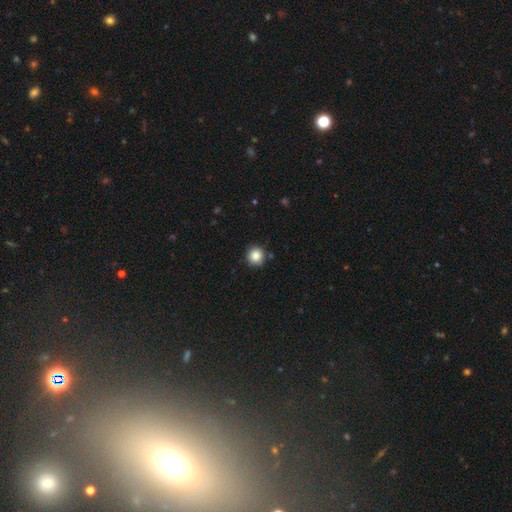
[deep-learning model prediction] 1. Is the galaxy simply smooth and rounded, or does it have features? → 86% smooth, 10% star or artifact, 4% featured or disk.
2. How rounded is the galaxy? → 93% round, 6% in between, 1% cigar-shaped.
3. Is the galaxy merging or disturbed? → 87% none, 9% minor disturbance, 2% merger, 2% major disturbance.